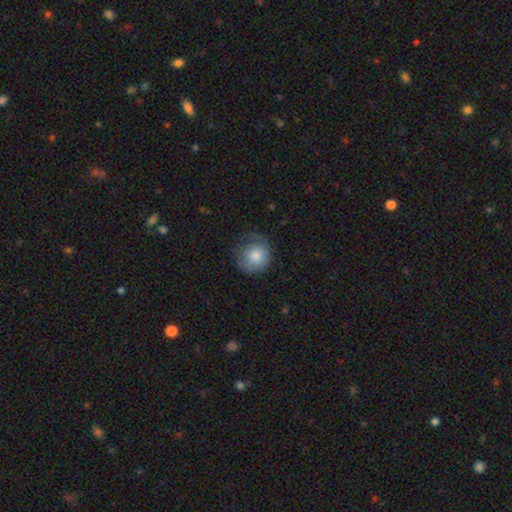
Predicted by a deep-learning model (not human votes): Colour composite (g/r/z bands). It shows a smooth galaxy with no disk features (77%) that is round (85%). Merging: none (57%).